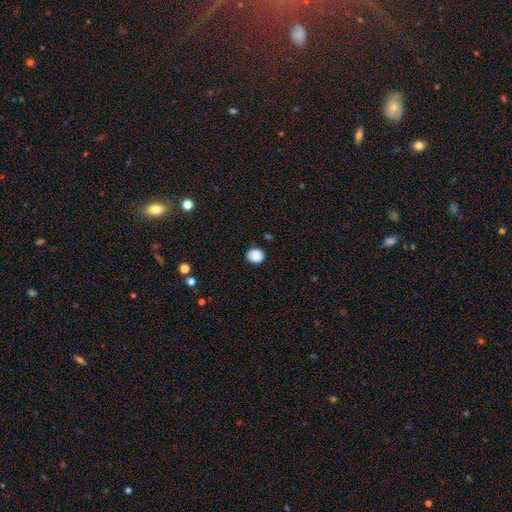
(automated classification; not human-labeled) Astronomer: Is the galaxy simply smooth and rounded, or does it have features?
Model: smooth — 88%.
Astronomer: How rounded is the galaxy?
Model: round — 74%.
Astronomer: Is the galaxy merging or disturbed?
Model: none — 84%.